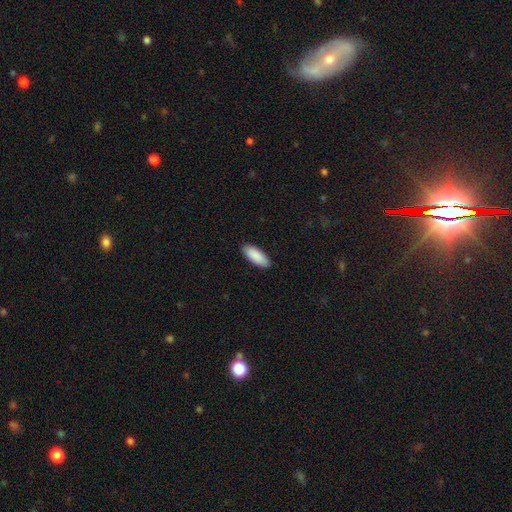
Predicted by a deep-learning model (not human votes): Overall: smooth (91%). How rounded: in between (77%). Merging: none (90%).